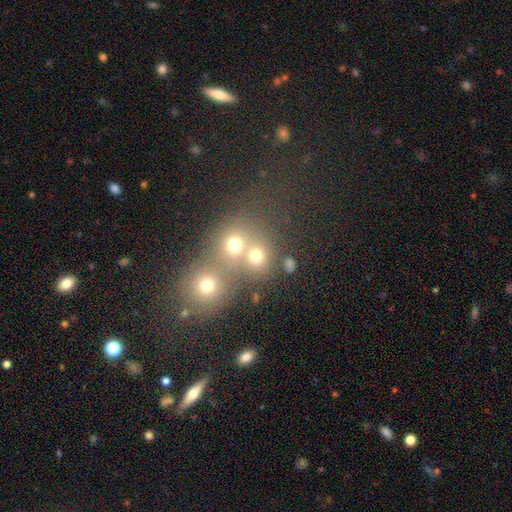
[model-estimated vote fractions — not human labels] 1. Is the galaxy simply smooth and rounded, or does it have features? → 70% smooth, 18% star or artifact, 12% featured or disk.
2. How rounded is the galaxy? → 77% round, 22% in between, 1% cigar-shaped.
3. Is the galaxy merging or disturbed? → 52% merger, 39% none, 6% minor disturbance, 4% major disturbance.